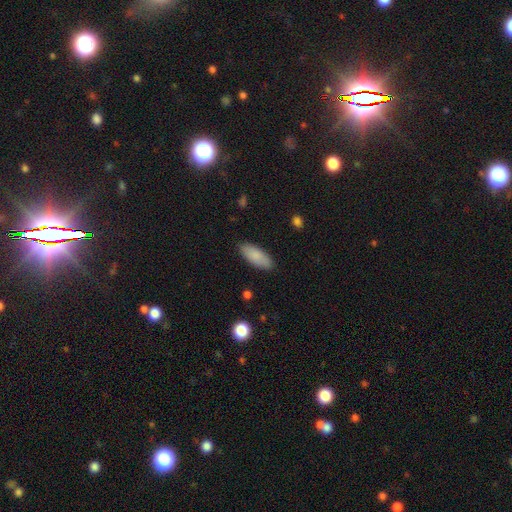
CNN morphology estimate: Smooth or featured? smooth (86%)
How rounded? in between (79%)
Merging? none (87%)